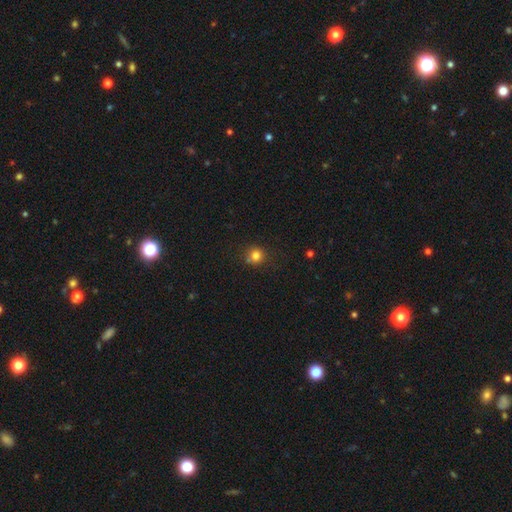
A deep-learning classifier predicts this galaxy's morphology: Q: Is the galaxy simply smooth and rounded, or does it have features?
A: smooth — 80%.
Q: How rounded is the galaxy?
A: round — 88%.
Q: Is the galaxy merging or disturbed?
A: none — 73%.